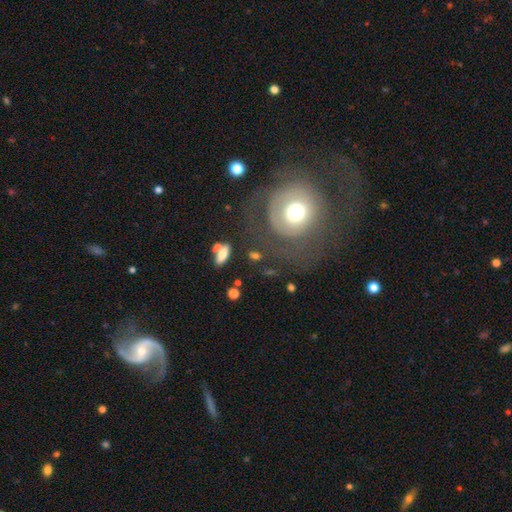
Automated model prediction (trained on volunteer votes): smooth_or_featured: smooth (p=0.47) [alt: featured or disk p=0.41]
merging: none (p=0.61) [alt: minor disturbance p=0.16]